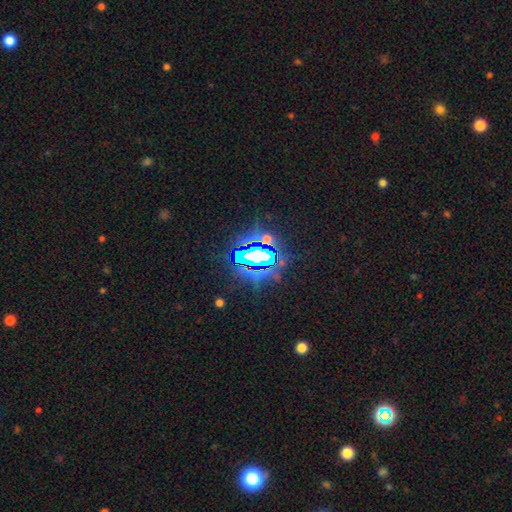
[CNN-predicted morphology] smooth-or-featured: star or artifact: 76% | featured or disk: 12% | smooth: 12%